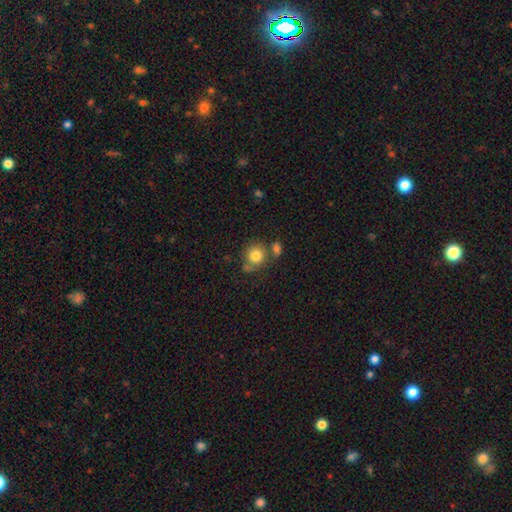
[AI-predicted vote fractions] Morphology: type=smooth (81%); roundness=round (83%); merging=none (59%).